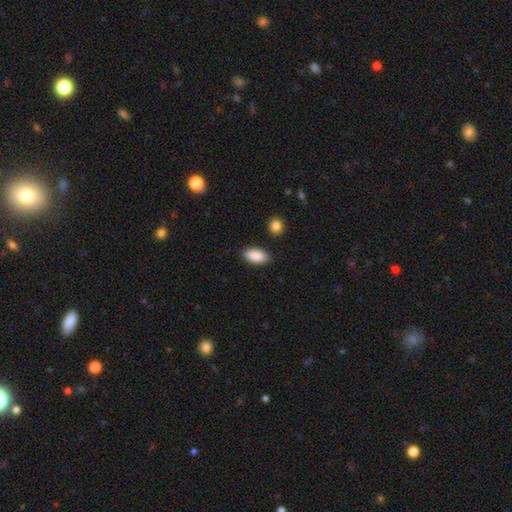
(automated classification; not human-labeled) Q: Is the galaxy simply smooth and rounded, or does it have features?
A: smooth — 90%.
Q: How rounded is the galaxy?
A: in between — 90%.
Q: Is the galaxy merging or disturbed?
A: none — 88%.